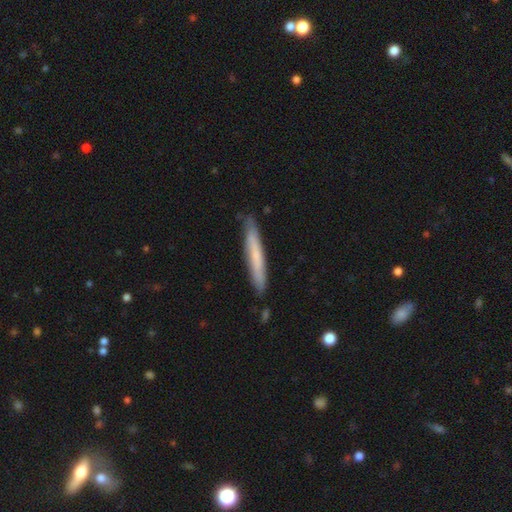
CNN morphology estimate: Q: Smooth or featured?
A: smooth (61%); runner-up: featured or disk (33%)
Q: How rounded?
A: cigar-shaped (96%); runner-up: in between (3%)
Q: Merging?
A: none (84%); runner-up: minor disturbance (13%)